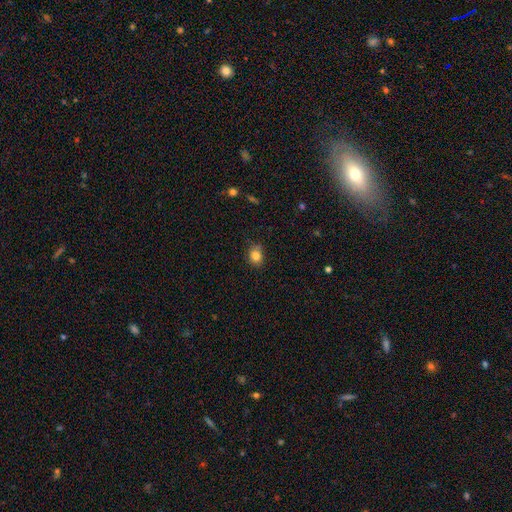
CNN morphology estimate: smooth-or-featured: smooth: 83% | star or artifact: 11% | featured or disk: 6%
  how-rounded: round: 55% | in between: 44% | cigar-shaped: 1%
  merging: none: 78% | minor disturbance: 17% | major disturbance: 3% | merger: 2%